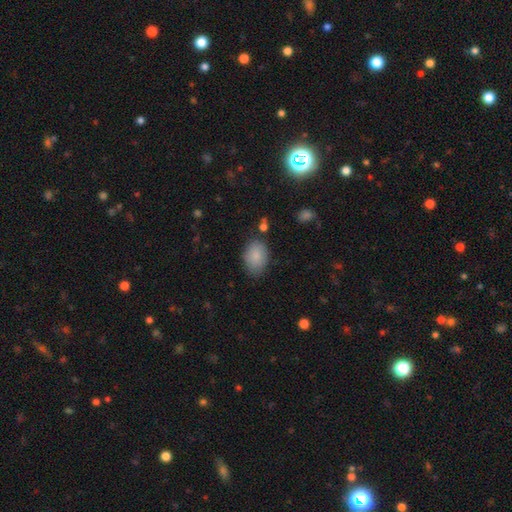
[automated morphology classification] smooth-or-featured: smooth: 87% | star or artifact: 7% | featured or disk: 6%
  how-rounded: in between: 82% | round: 17% | cigar-shaped: 1%
  merging: none: 79% | minor disturbance: 15% | major disturbance: 4% | merger: 2%